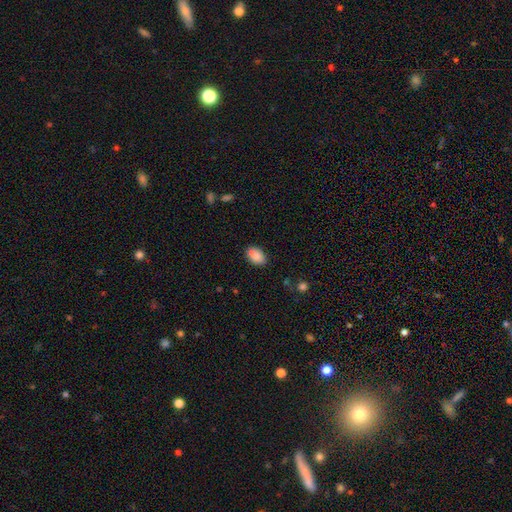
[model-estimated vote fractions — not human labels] Smooth or featured? Predicted: smooth (p=0.87). How rounded? Predicted: in between (p=0.89). Merging? Predicted: none (p=0.83).